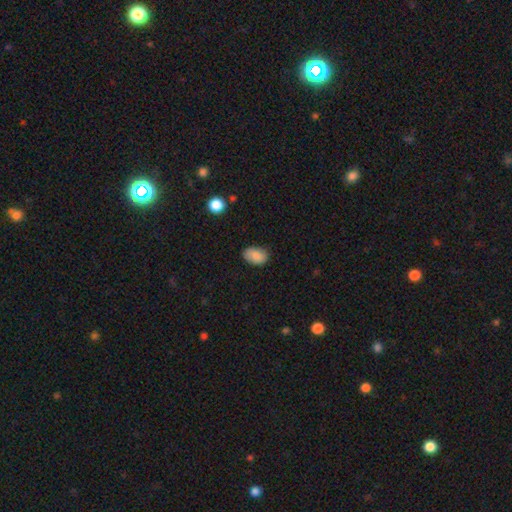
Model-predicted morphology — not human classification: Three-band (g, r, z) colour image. It shows a smooth galaxy with no disk features (88%) that is in between round and cigar-shaped (88%). Merging: none (79%).